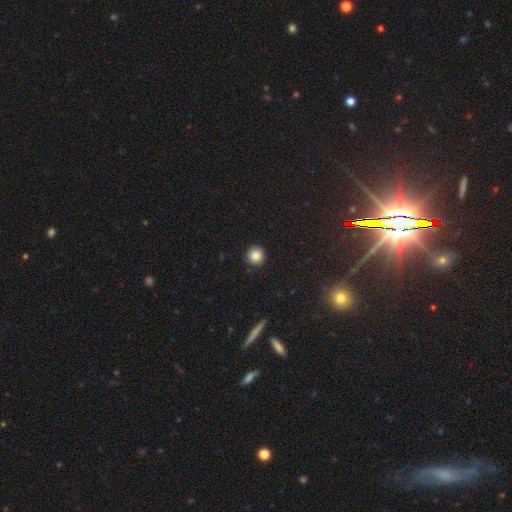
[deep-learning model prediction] Smooth or featured? smooth (86%)
How rounded? round (95%)
Merging? none (90%)